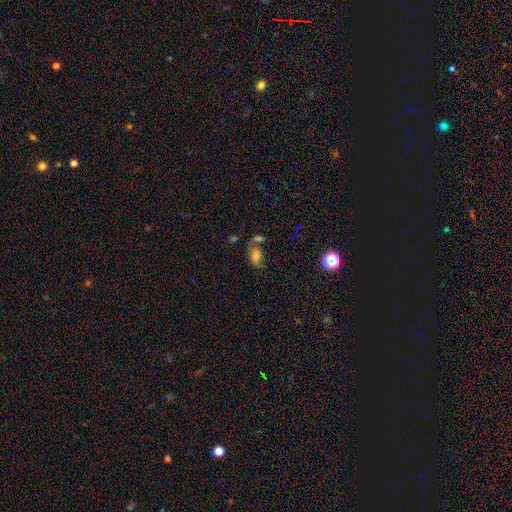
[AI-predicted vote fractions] Q: Smooth or featured?
A: smooth (66%); runner-up: star or artifact (19%)
Q: How rounded?
A: in between (86%); runner-up: round (11%)
Q: Merging?
A: none (41%); runner-up: merger (33%)